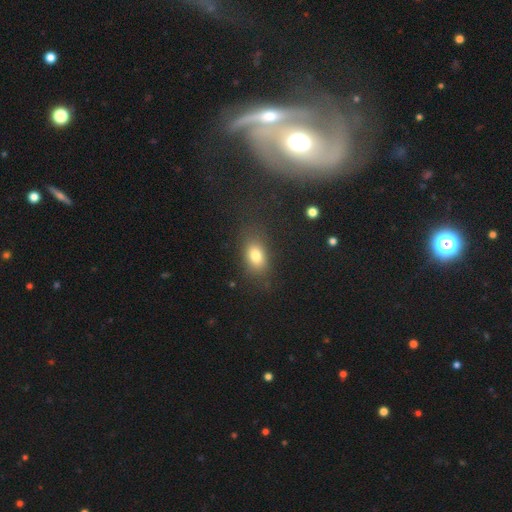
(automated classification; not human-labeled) Smooth or featured? smooth (79%)
How rounded? in between (80%)
Merging? none (75%)